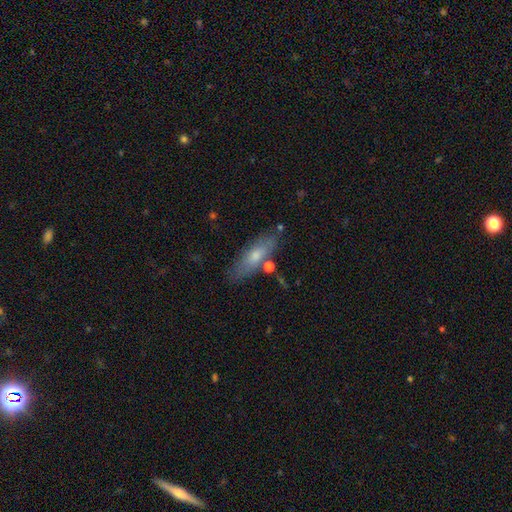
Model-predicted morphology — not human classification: Smooth or featured? Predicted: smooth (p=0.63). How rounded? Predicted: in between (p=0.52). Merging? Predicted: none (p=0.76).